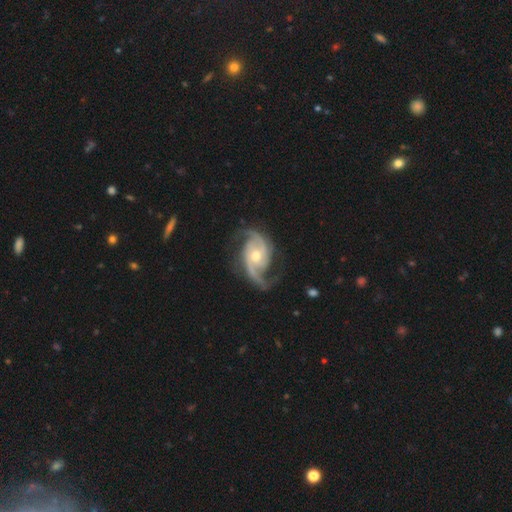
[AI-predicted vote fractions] Morphology: type=featured or disk (92%); edge-on=no (97%); bar=no (60%); spiral arms=yes (98%); winding=medium (51%); arm count=2 (81%); bulge=moderate (70%); merging=none (70%).